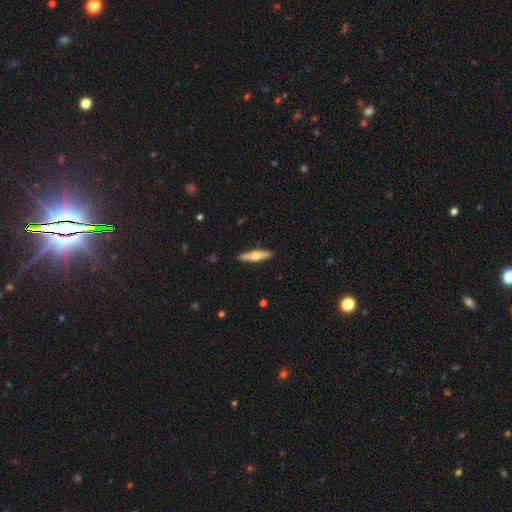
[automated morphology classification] Smooth or featured?
  - featured or disk: 52% *
  - smooth: 42%
  - star or artifact: 5%
Edge-on disk?
  - yes: 94% *
  - no: 6%
Merging?
  - none: 91% *
  - minor disturbance: 6%
  - major disturbance: 1%
  - merger: 1%